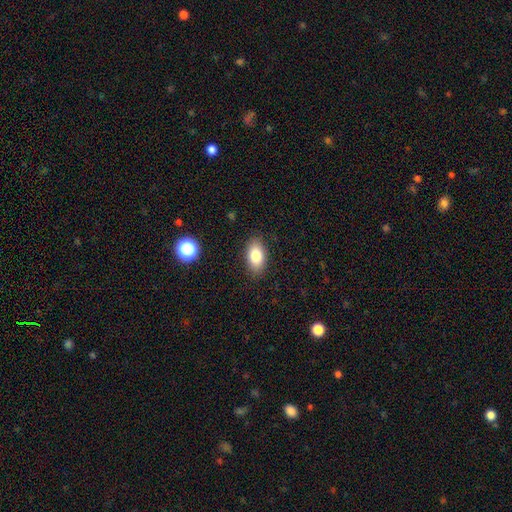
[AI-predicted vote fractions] A smooth galaxy with no disk features (82%) that is in between round and cigar-shaped (91%). Merging: none (87%).